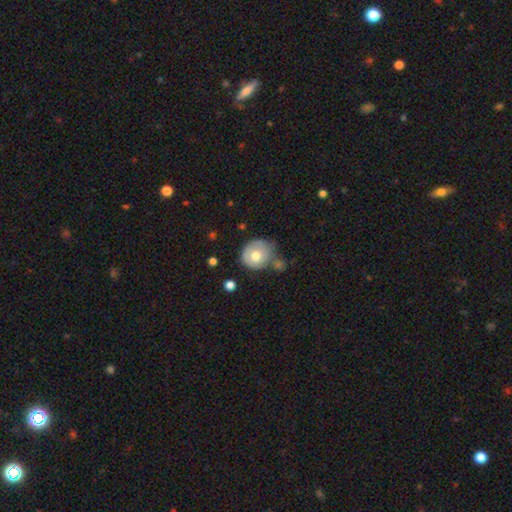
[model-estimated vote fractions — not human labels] smooth_or_featured: smooth (p=0.64) [alt: featured or disk p=0.29]
how_rounded: round (p=0.83) [alt: in between p=0.16]
merging: none (p=0.52) [alt: minor disturbance p=0.25]